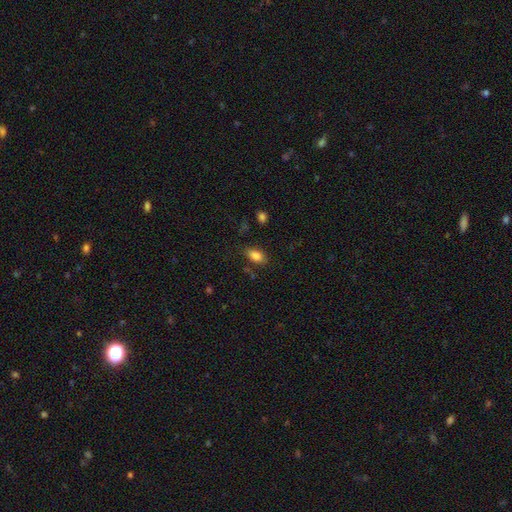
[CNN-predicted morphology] smooth 84%, star or artifact 9%, featured or disk 7%. Down the decision tree: how rounded — in between (89%); merging — none (80%).